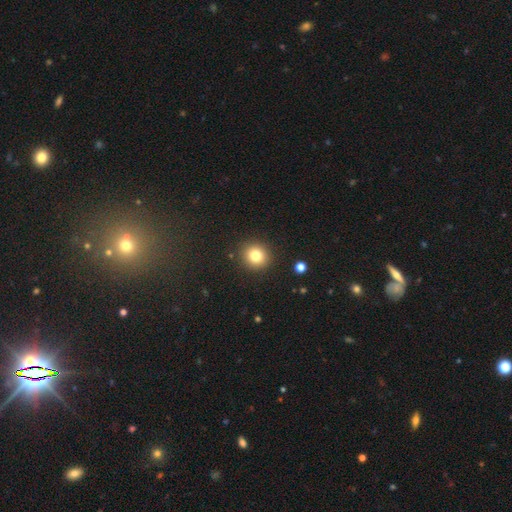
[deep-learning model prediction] A smooth galaxy with no disk features (80%) that is round (88%). Merging: none (90%).